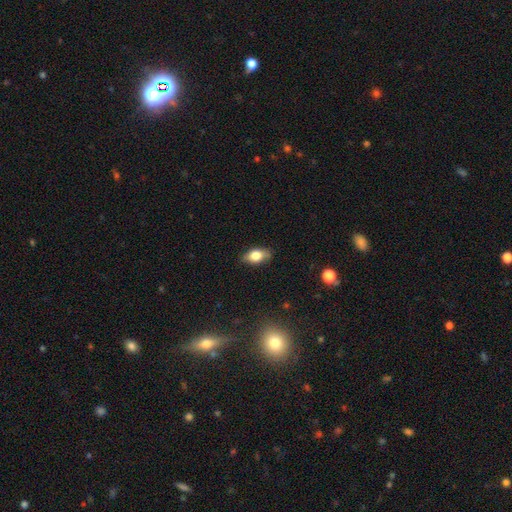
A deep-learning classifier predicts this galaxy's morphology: Q: Smooth or featured?
A: smooth (73%); runner-up: featured or disk (18%)
Q: How rounded?
A: in between (85%); runner-up: round (9%)
Q: Merging?
A: none (81%); runner-up: minor disturbance (15%)